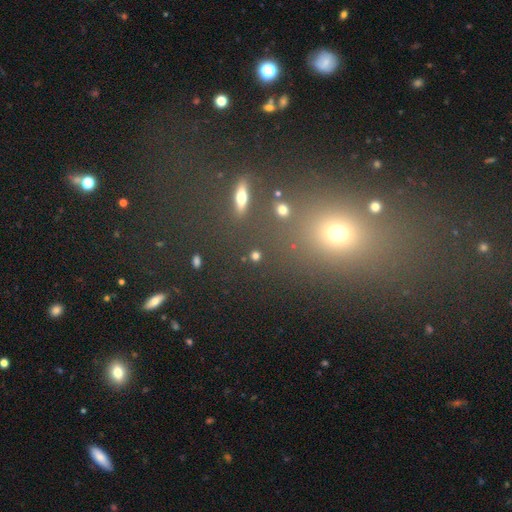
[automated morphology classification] type=smooth (69%); roundness=round (80%); merging=none (84%).